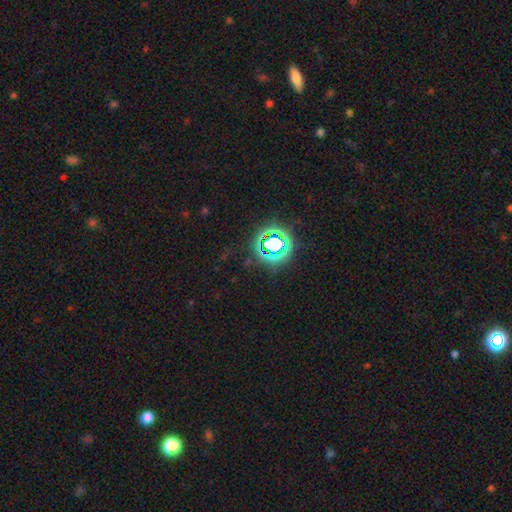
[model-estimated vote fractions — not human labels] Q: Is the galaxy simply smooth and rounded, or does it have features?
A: star or artifact — 81%.